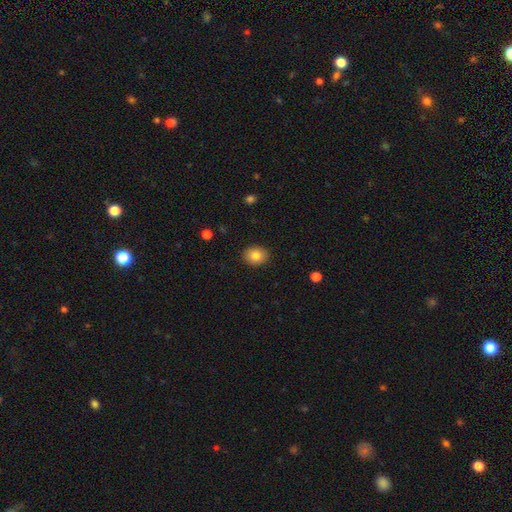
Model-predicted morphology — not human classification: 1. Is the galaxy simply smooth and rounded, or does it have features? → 83% smooth, 9% star or artifact, 8% featured or disk.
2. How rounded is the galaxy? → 51% round, 48% in between, 1% cigar-shaped.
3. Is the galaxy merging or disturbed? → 89% none, 8% minor disturbance, 2% major disturbance, 1% merger.